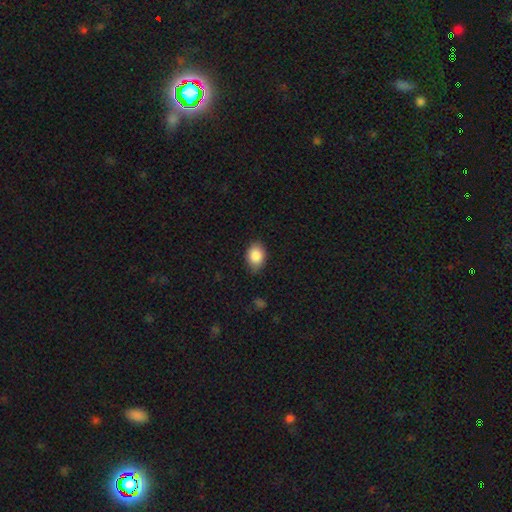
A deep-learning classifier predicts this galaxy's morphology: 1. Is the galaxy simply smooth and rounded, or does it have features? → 87% smooth, 7% star or artifact, 6% featured or disk.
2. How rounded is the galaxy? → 77% in between, 22% round, 1% cigar-shaped.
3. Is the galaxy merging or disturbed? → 78% none, 18% minor disturbance, 3% major disturbance, 1% merger.